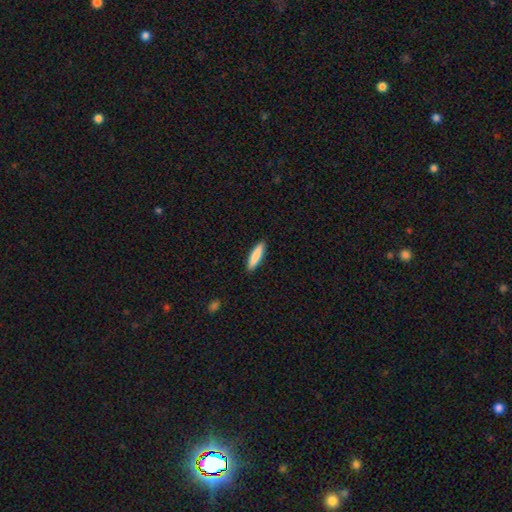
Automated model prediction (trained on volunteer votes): This is clearly a smooth galaxy (86%). How rounded: clearly cigar-shaped (81%). Merging: clearly none (91%).